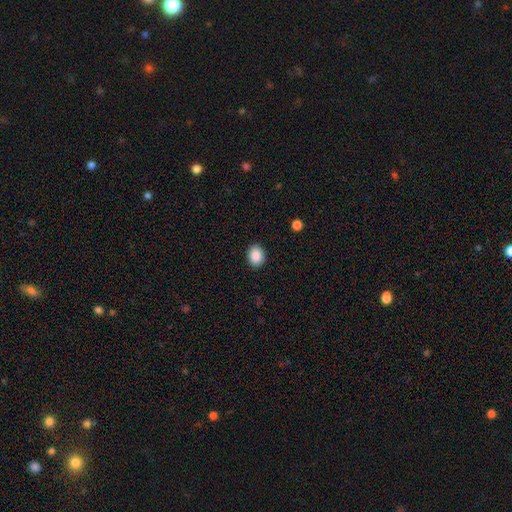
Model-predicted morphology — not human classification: Smooth or featured?
  - smooth: 89% *
  - star or artifact: 8%
  - featured or disk: 3%
How rounded?
  - in between: 54% *
  - round: 45%
  - cigar-shaped: 1%
Merging?
  - none: 89% *
  - minor disturbance: 7%
  - major disturbance: 2%
  - merger: 1%